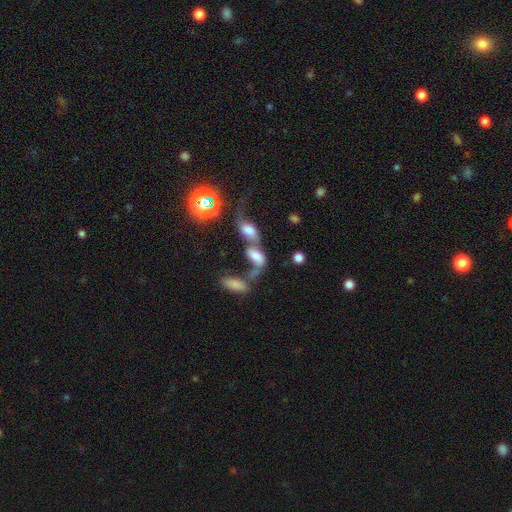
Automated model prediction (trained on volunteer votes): smooth-or-featured: smooth: 58% | featured or disk: 27% | star or artifact: 16%
  how-rounded: in between: 85% | cigar-shaped: 8% | round: 7%
  merging: merger: 68% | none: 14% | major disturbance: 11% | minor disturbance: 7%